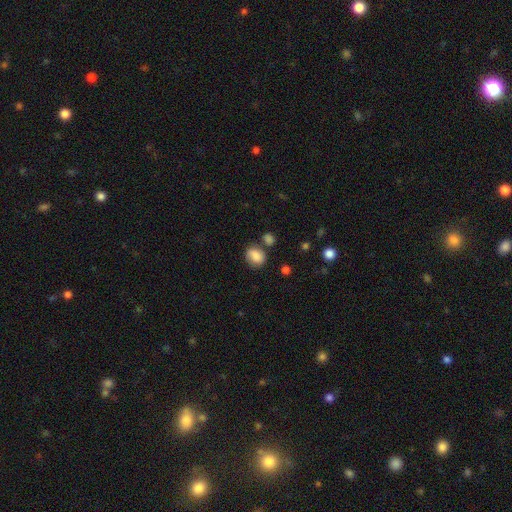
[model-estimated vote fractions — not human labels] Overall: smooth (79%). How rounded: round (53%; in between 46%). Merging: none (59%; minor disturbance 22%).